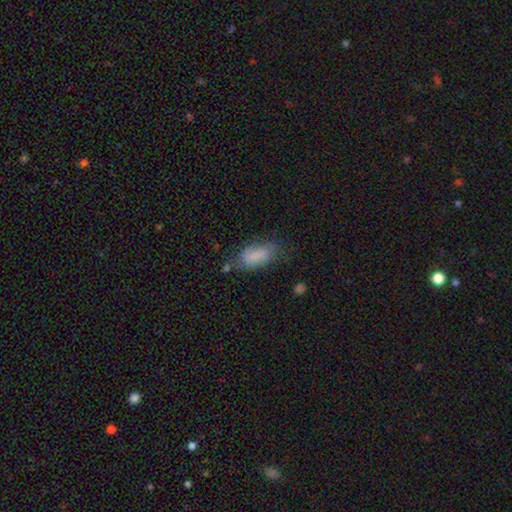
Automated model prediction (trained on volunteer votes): Smooth or featured? smooth (77%)
How rounded? in between (84%)
Merging? none (56%)